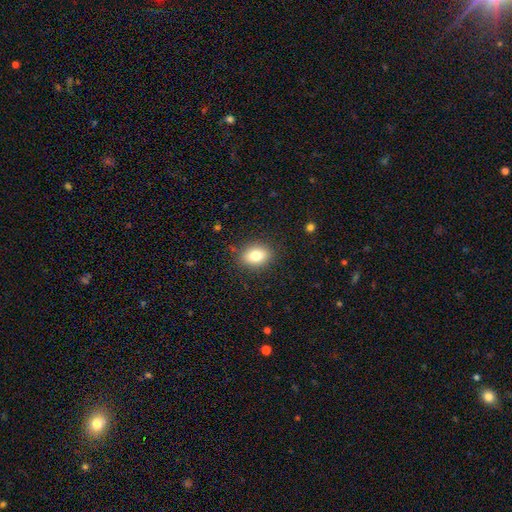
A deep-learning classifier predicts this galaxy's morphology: Overall: smooth (80%). How rounded: in between (74%). Merging: none (86%).